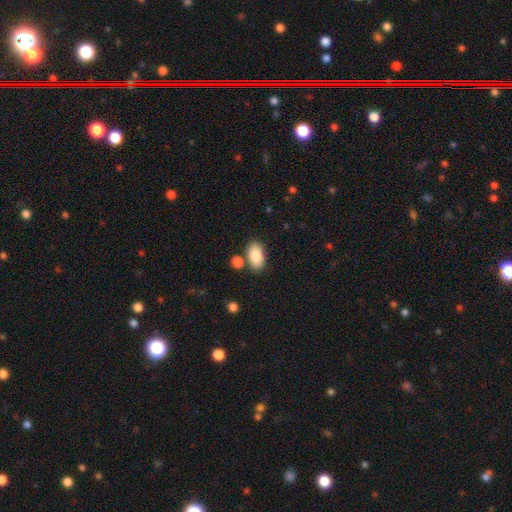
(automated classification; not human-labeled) smooth 85%, featured or disk 8%, star or artifact 7%. Down the decision tree: how rounded — in between (93%); merging — none (78%).